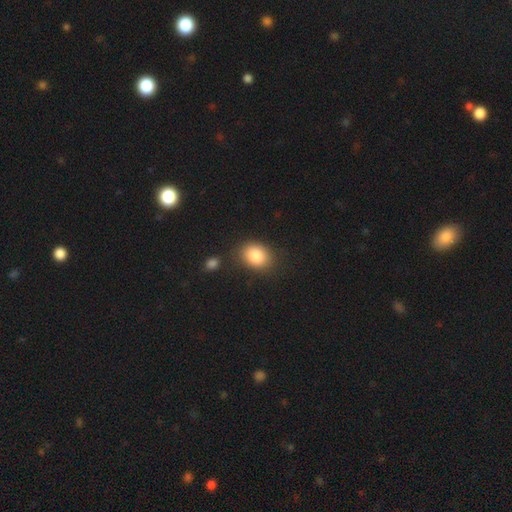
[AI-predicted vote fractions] A smooth galaxy with no disk features (86%) that is in between round and cigar-shaped (61%). Merging: none (78%).